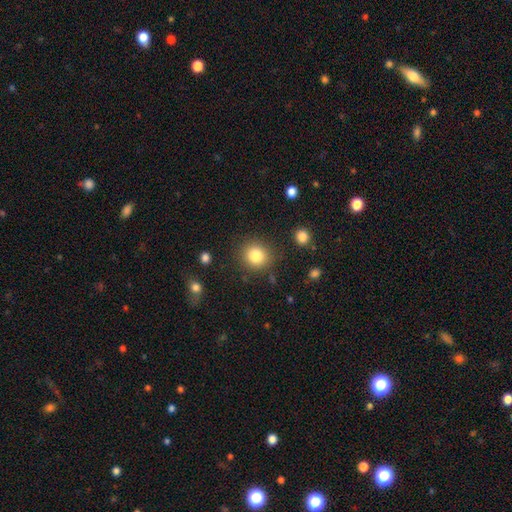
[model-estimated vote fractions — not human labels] Overall: smooth (83%). How rounded: round (85%). Merging: none (85%).